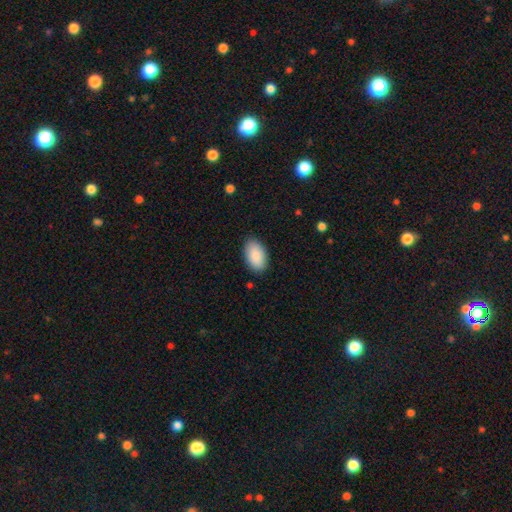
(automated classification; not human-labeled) Morphology: type=smooth (90%); roundness=in between (95%); merging=none (87%).